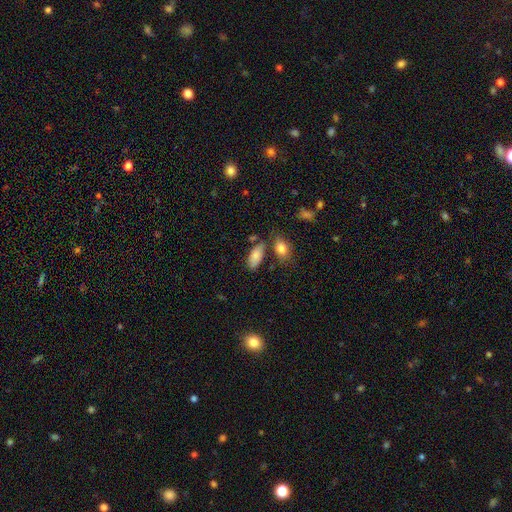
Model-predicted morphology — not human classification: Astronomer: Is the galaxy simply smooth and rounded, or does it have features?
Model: smooth — 84%.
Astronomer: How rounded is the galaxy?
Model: in between — 88%.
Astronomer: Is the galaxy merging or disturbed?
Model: none — 67%.